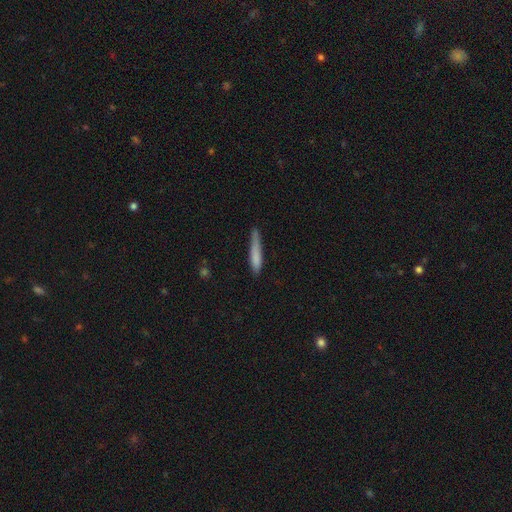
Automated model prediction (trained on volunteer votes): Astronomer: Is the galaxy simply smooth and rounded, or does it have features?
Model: smooth — 76%.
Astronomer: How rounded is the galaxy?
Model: cigar-shaped — 92%.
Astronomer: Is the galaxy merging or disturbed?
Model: none — 63%.